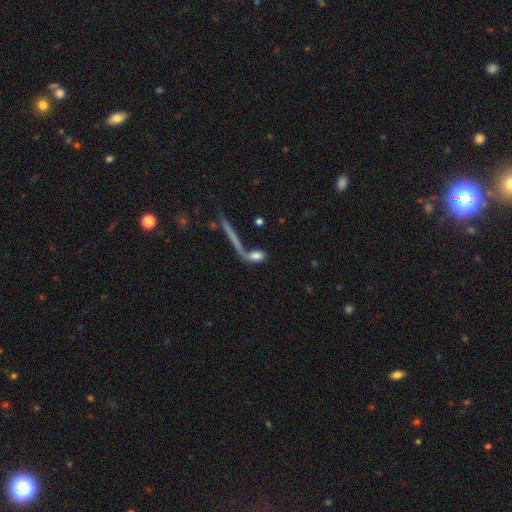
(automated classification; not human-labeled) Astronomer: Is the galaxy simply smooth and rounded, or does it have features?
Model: smooth — 69%.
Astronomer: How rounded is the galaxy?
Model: in between — 66%.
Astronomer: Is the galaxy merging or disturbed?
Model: none — 39% (runner-up: merger, 34%).